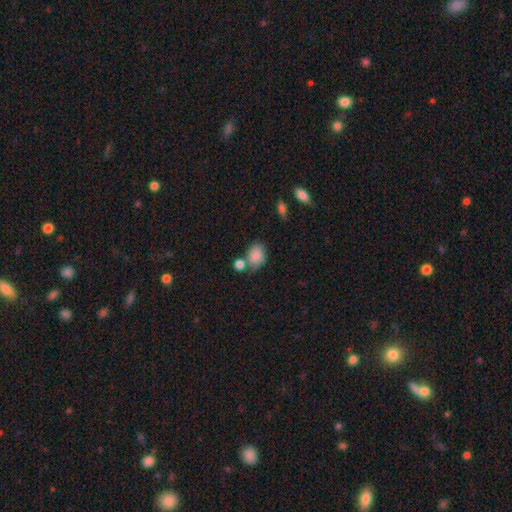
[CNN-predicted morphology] smooth 83%, star or artifact 8%, featured or disk 8%. Down the decision tree: how rounded — in between (70%); merging — none (48%).